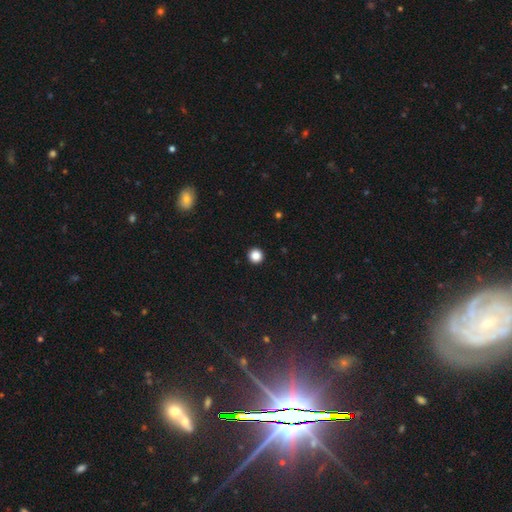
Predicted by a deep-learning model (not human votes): Smooth or featured: smooth — 86% (star or artifact — 11%)
How rounded: round — 96% (in between — 3%)
Merging: none — 94% (minor disturbance — 3%)